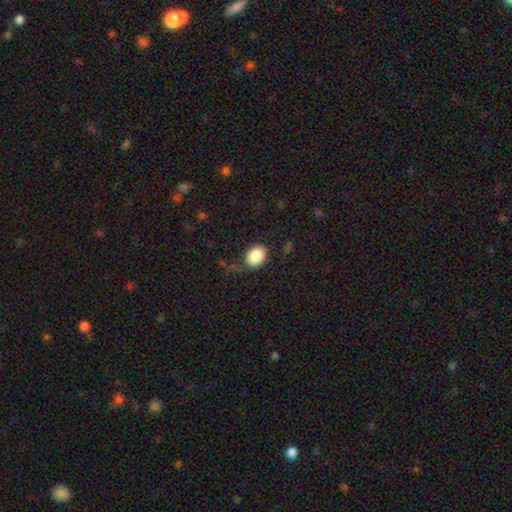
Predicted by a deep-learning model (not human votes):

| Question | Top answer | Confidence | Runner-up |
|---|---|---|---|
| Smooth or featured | smooth | 87% | star or artifact (8%) |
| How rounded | in between | 69% | round (30%) |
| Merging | none | 79% | minor disturbance (14%) |